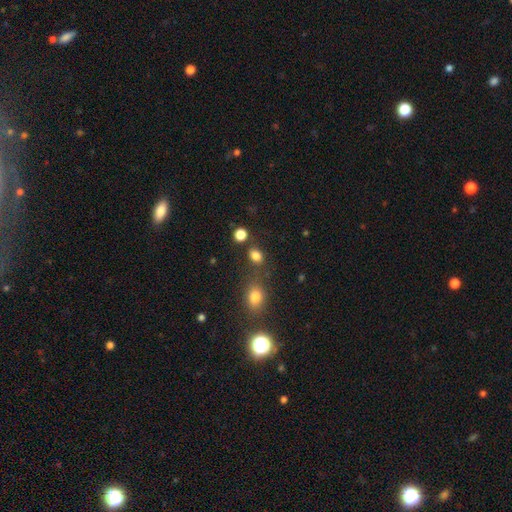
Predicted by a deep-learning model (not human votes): A smooth galaxy with no disk features (81%) that is in between round and cigar-shaped (60%).

Vote fractions:
- Smooth or featured? smooth: 81% / star or artifact: 14% / featured or disk: 6%
- How rounded? in between: 60% / round: 38% / cigar-shaped: 2%
- Merging? none: 69% / minor disturbance: 13% / merger: 13% / major disturbance: 5%